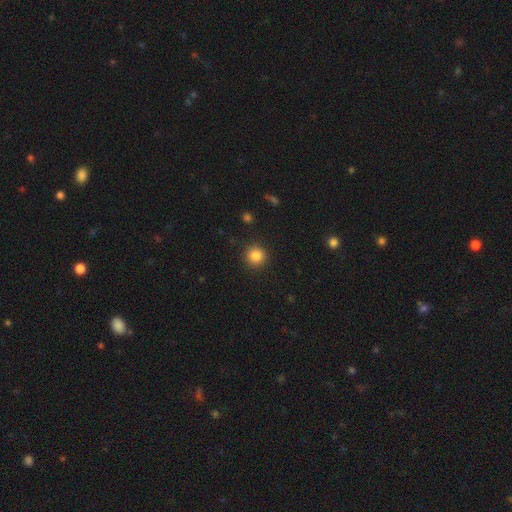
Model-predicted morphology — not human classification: A smooth galaxy with no disk features (85%) that is round (93%).

Vote fractions:
- Smooth or featured? smooth: 85% / star or artifact: 11% / featured or disk: 4%
- How rounded? round: 93% / in between: 6% / cigar-shaped: 1%
- Merging? none: 91% / minor disturbance: 6% / major disturbance: 2% / merger: 1%